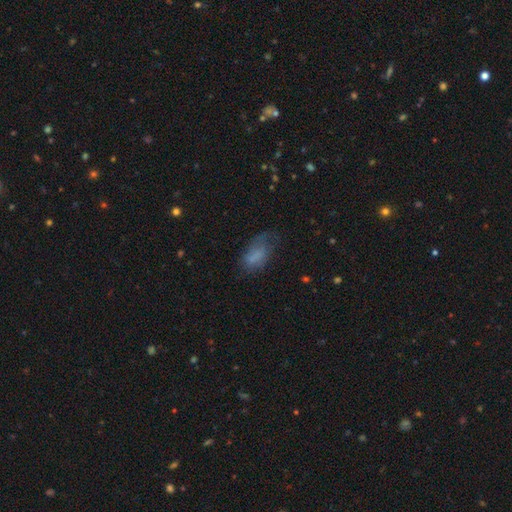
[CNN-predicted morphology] smooth-or-featured: smooth: 67% | featured or disk: 22% | star or artifact: 11%
  how-rounded: in between: 88% | cigar-shaped: 7% | round: 4%
  merging: none: 43% | minor disturbance: 30% | major disturbance: 24% | merger: 3%